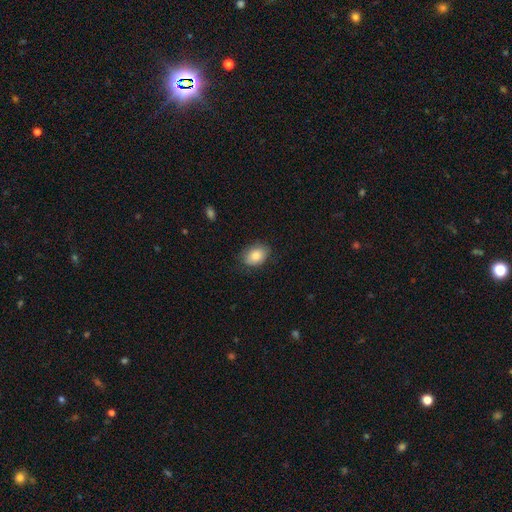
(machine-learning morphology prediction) The model was most divided on "how rounded": in between: 78%, round: 21%, cigar-shaped: 1%. More confident: smooth or featured — smooth (84%); merging — none (79%).